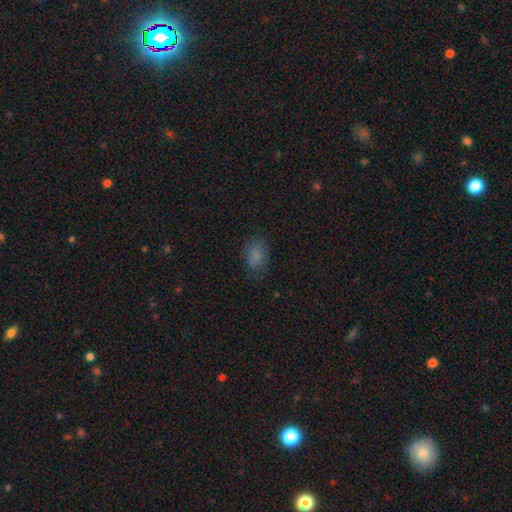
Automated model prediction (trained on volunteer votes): smooth-or-featured: smooth: 77% | star or artifact: 13% | featured or disk: 10%
  how-rounded: in between: 82% | round: 17% | cigar-shaped: 2%
  merging: none: 69% | minor disturbance: 21% | major disturbance: 8% | merger: 2%